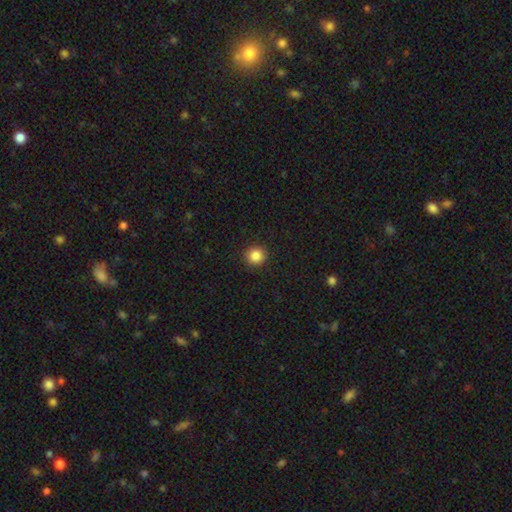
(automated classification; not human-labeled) Q: Smooth or featured?
A: smooth (86%); runner-up: star or artifact (10%)
Q: How rounded?
A: round (94%); runner-up: in between (5%)
Q: Merging?
A: none (93%); runner-up: minor disturbance (5%)